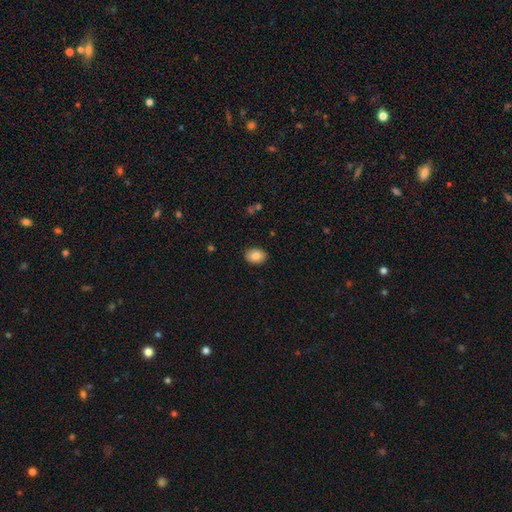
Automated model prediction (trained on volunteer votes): This is clearly a smooth galaxy (81%). How rounded: likely in between (68%). Merging: clearly none (88%).